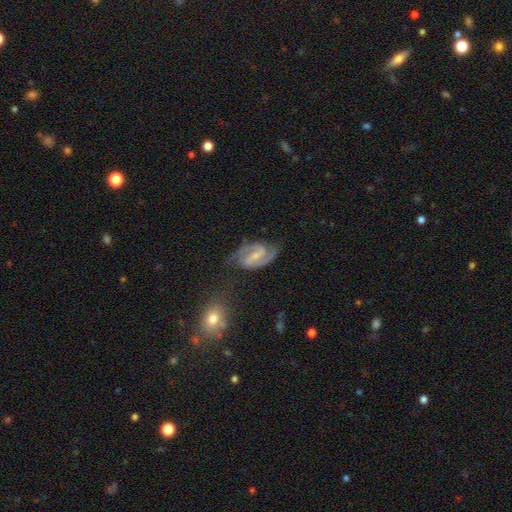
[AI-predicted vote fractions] A featured or disk galaxy (90%) with a weak bar (44%), 2 (93%) medium (57%) spiral arms (97%) and a small central bulge (59%).

Vote fractions:
- Smooth or featured? featured or disk: 90% / smooth: 6% / star or artifact: 5%
- Edge-on disk? no: 97% / yes: 3%
- Bar? weak: 44% / strong: 43% / no: 13%
- Spiral arms? yes: 97% / no: 3%
- Spiral winding? medium: 57% / tight: 25% / loose: 18%
- Spiral arm count? 2: 93% / can't tell: 2% / 1: 1% / 3: 1% / 4: 1% / more than 4: 1%
- Bulge size? small: 59% / moderate: 28% / none: 10% / large: 2% / dominant: 1%
- Merging? none: 74% / minor disturbance: 17% / major disturbance: 6% / merger: 3%